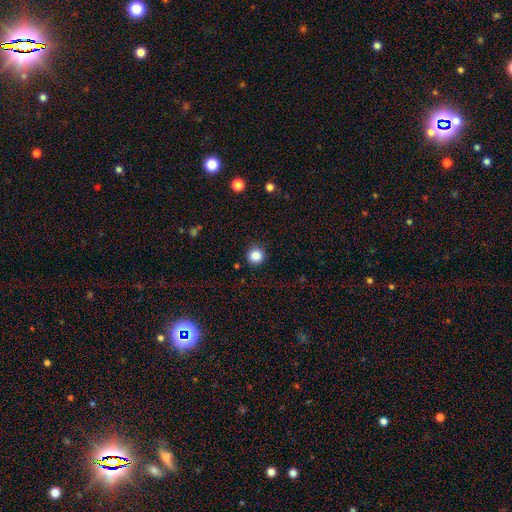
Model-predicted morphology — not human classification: A smooth galaxy with no disk features (86%) that is round (94%).

Vote fractions:
- Smooth or featured? smooth: 86% / star or artifact: 11% / featured or disk: 4%
- How rounded? round: 94% / in between: 5% / cigar-shaped: 1%
- Merging? none: 91% / minor disturbance: 6% / major disturbance: 2% / merger: 1%